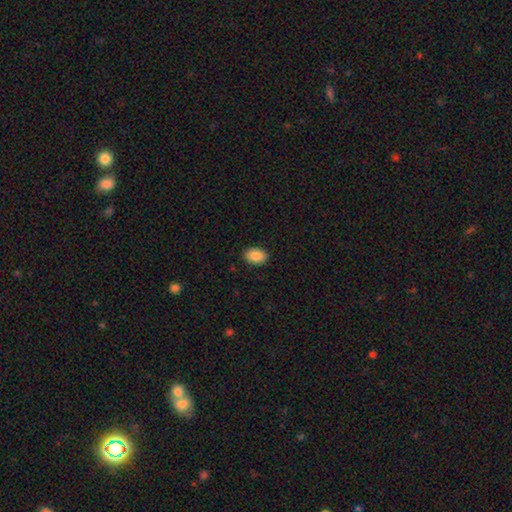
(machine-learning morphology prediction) Q: Smooth or featured?
A: smooth (88%); runner-up: star or artifact (7%)
Q: How rounded?
A: in between (87%); runner-up: round (12%)
Q: Merging?
A: none (89%); runner-up: minor disturbance (8%)